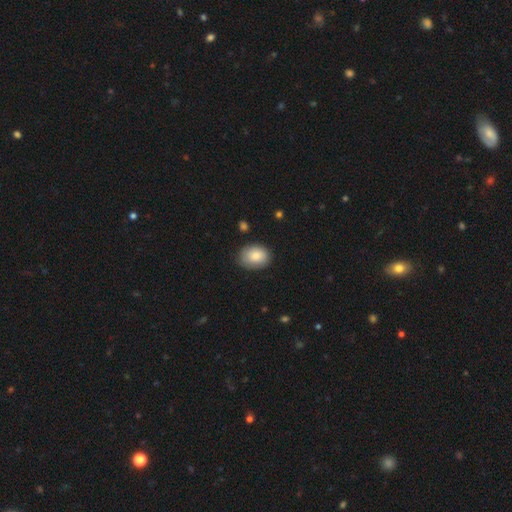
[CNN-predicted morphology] Smooth or featured? Predicted: smooth (p=0.83). How rounded? Predicted: in between (p=0.66). Merging? Predicted: none (p=0.77).